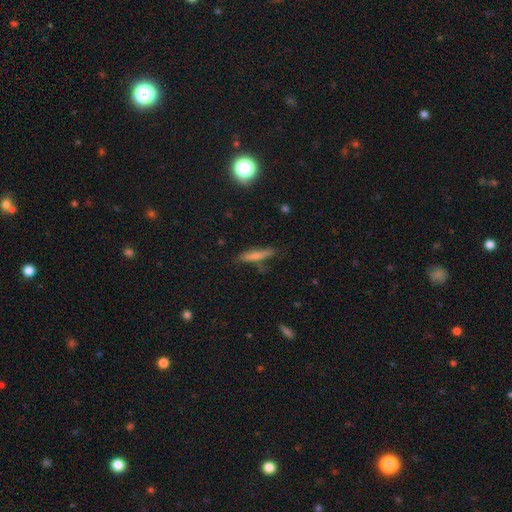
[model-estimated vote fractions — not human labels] Overall: smooth (67%). How rounded: cigar-shaped (84%). Merging: none (76%).